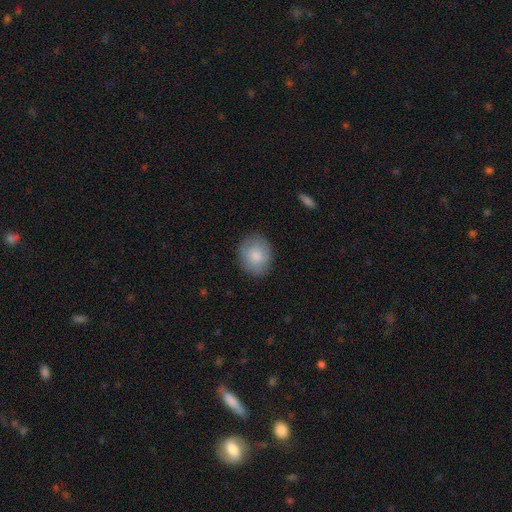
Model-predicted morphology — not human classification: This appears to be a smooth galaxy with no disk features (82%) that is round (65%). Merging: none (83%).